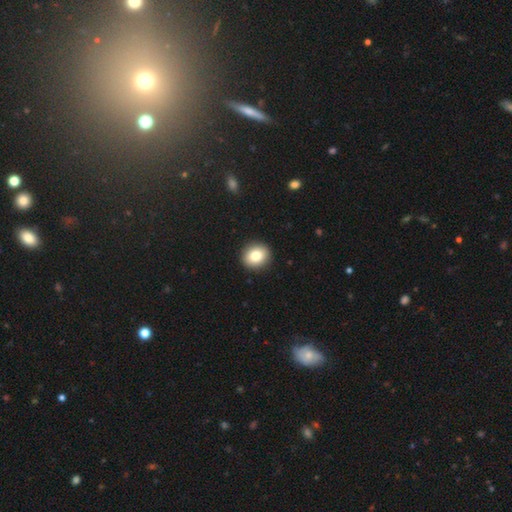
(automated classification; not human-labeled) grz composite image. It shows a smooth galaxy with no disk features (83%) that is round (75%). Merging: none (92%).